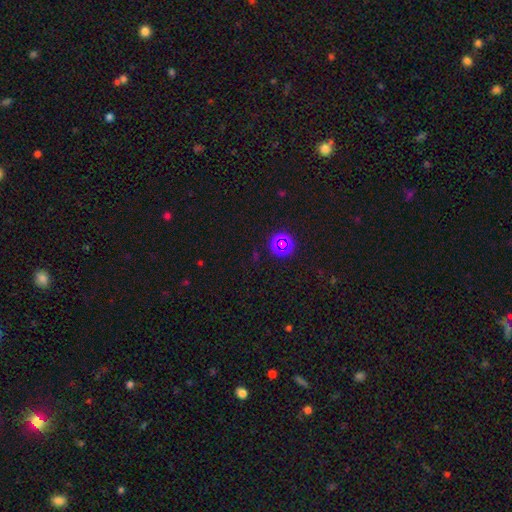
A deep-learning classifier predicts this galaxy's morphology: Overall: star or artifact (69%).